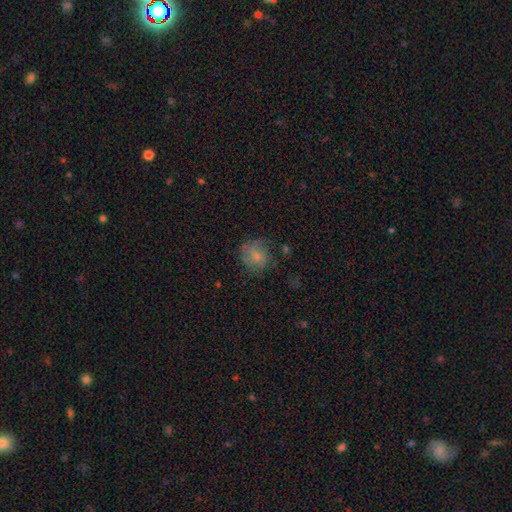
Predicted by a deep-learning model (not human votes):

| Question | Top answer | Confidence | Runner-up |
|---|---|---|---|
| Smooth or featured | smooth | 68% | featured or disk (22%) |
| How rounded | round | 77% | in between (22%) |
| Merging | none | 63% | minor disturbance (23%) |